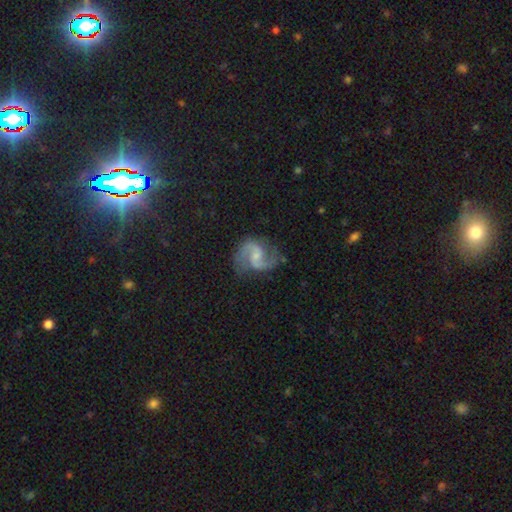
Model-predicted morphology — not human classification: A featured or disk galaxy (90%) with a weak bar (51%), 2 (94%) medium (52%) spiral arms (98%) and a small central bulge (53%). Merging: none (76%).